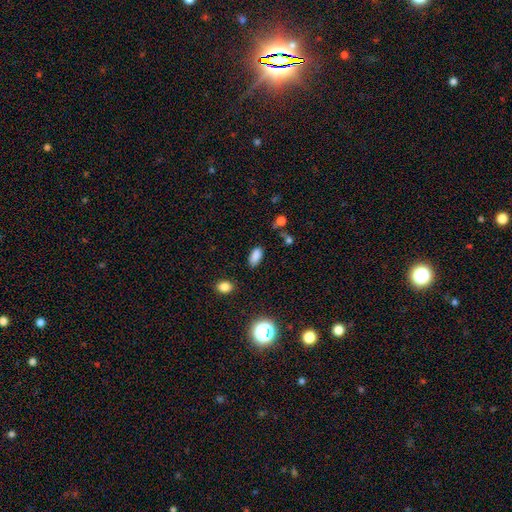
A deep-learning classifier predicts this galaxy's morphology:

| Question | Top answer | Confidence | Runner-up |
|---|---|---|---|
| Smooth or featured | smooth | 83% | star or artifact (12%) |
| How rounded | in between | 91% | cigar-shaped (5%) |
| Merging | none | 82% | minor disturbance (12%) |